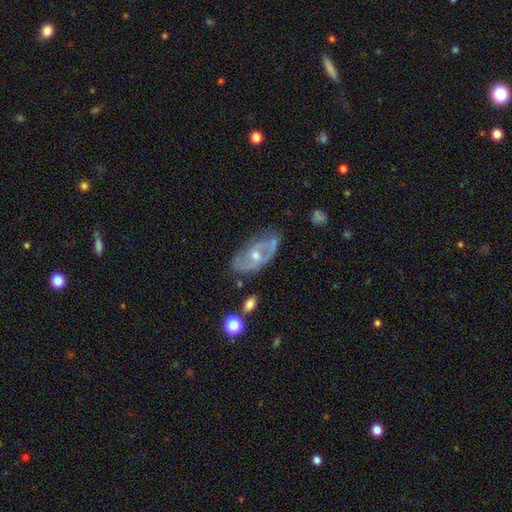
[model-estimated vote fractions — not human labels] smooth-or-featured: featured or disk: 71% | smooth: 22% | star or artifact: 7%
  disk-edge-on: no: 90% | yes: 10%
    bar: no: 52% | weak: 35% | strong: 13%
    has-spiral-arms: yes: 62% | no: 38%
    bulge-size: moderate: 52% | small: 44% | large: 2% | none: 2% | dominant: 1%
  merging: none: 60% | minor disturbance: 26% | major disturbance: 10% | merger: 3%